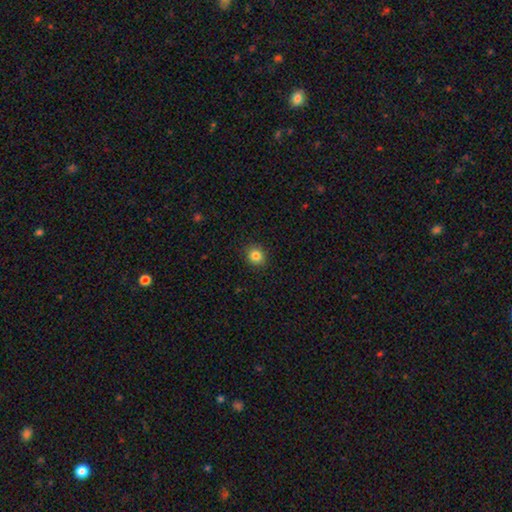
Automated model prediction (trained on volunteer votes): Smooth or featured? Predicted: smooth (p=0.84). How rounded? Predicted: round (p=0.82). Merging? Predicted: none (p=0.91).